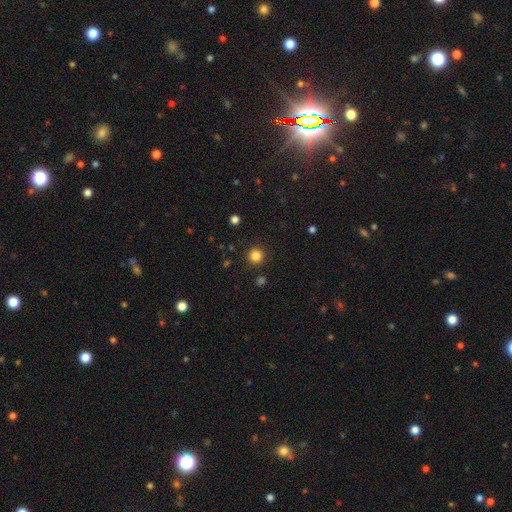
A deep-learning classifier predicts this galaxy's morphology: This appears to be a smooth galaxy with no disk features (83%) that is round (95%). Merging: none (91%).